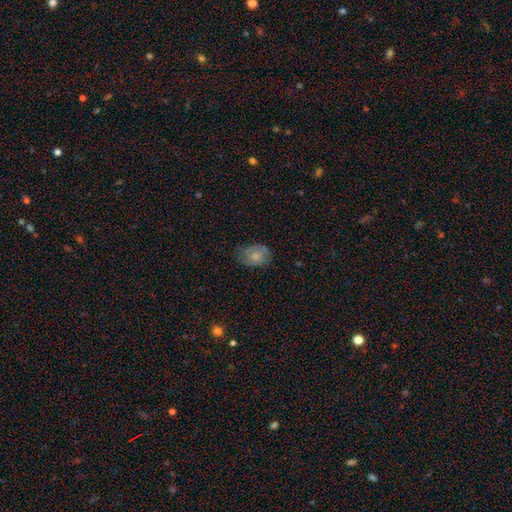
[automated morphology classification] A smooth galaxy with no disk features (66%) that is in between round and cigar-shaped (67%).

Vote fractions:
- Smooth or featured? smooth: 66% / featured or disk: 25% / star or artifact: 8%
- How rounded? in between: 67% / round: 32% / cigar-shaped: 1%
- Merging? none: 64% / minor disturbance: 27% / major disturbance: 8% / merger: 1%